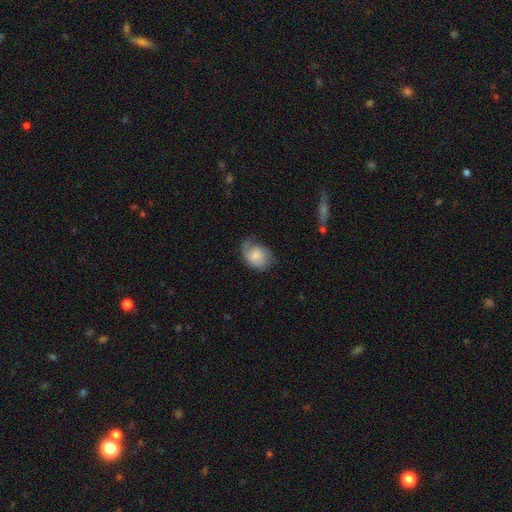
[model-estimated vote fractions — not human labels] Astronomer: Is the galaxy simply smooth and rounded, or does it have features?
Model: smooth — 58% (runner-up: featured or disk, 35%).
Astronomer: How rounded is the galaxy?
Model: in between — 68%.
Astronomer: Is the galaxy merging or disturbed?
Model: none — 50% (runner-up: minor disturbance, 32%).